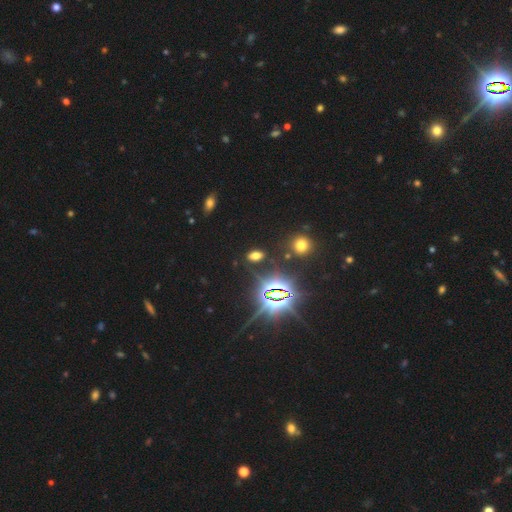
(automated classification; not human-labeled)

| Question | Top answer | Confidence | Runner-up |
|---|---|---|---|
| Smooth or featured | smooth | 50% | star or artifact (40%) |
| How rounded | in between | 85% | round (9%) |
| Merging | none | 84% | minor disturbance (9%) |